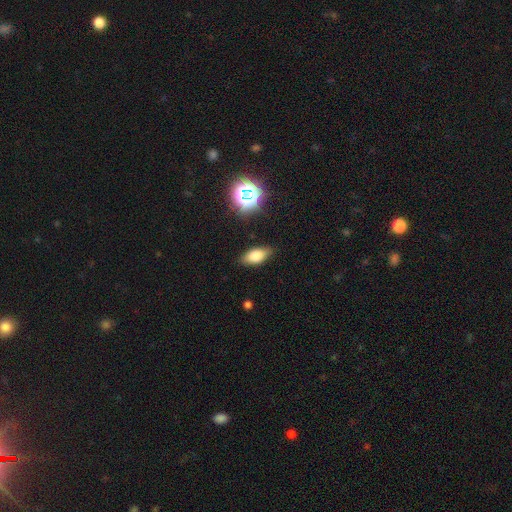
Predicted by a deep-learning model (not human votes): The model was most divided on "smooth or featured": smooth: 72%, featured or disk: 15%, star or artifact: 12%. More confident: how rounded — in between (86%); merging — none (85%).